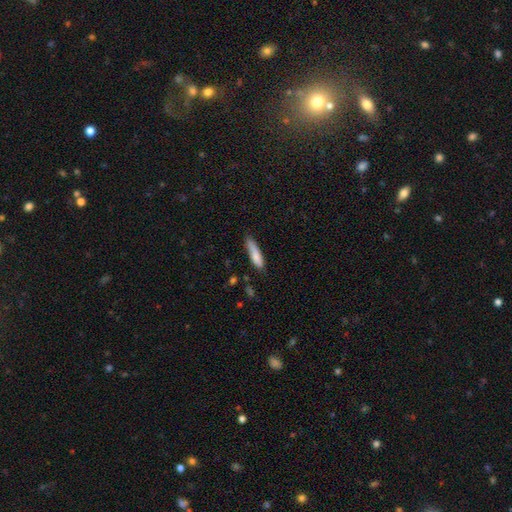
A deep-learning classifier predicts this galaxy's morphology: This appears to be a smooth galaxy with no disk features (81%) that is cigar-shaped (75%). Merging: none (65%).